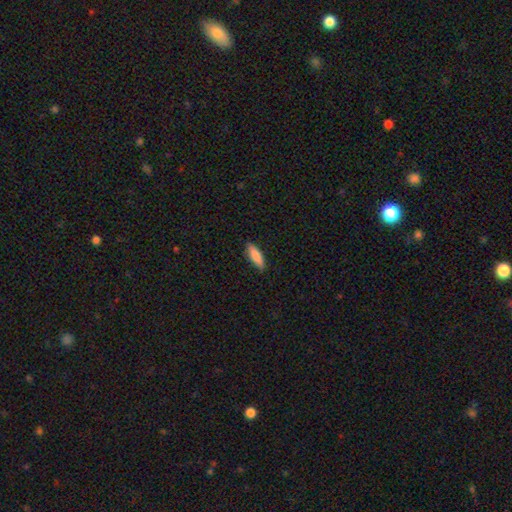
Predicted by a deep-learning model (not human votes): A smooth galaxy with no disk features (84%) that is cigar-shaped (58%).

Vote fractions:
- Smooth or featured? smooth: 84% / featured or disk: 10% / star or artifact: 6%
- How rounded? cigar-shaped: 58% / in between: 40% / round: 2%
- Merging? none: 87% / minor disturbance: 10% / major disturbance: 2% / merger: 1%